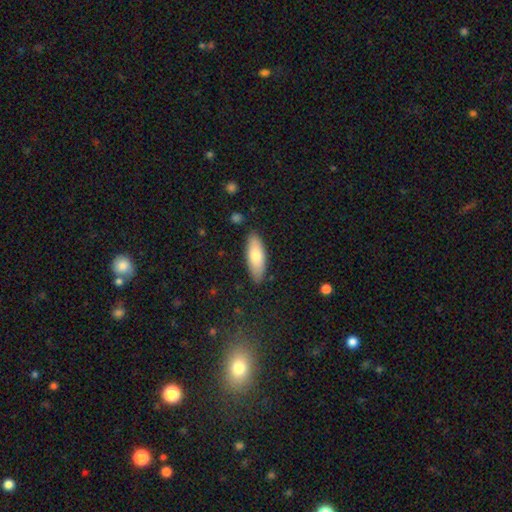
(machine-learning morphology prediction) Smooth or featured: smooth — 73% (featured or disk — 21%)
How rounded: in between — 68% (cigar-shaped — 30%)
Merging: none — 86% (minor disturbance — 10%)